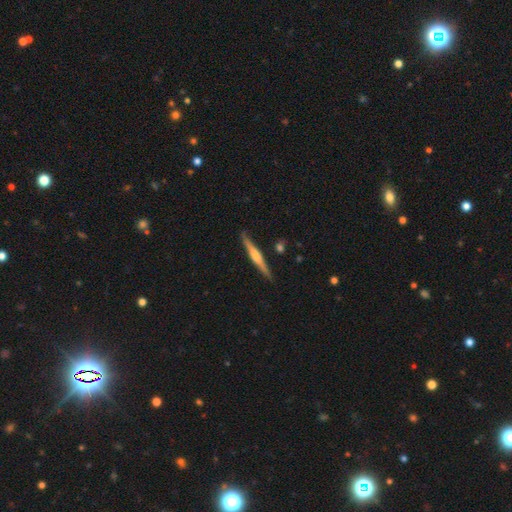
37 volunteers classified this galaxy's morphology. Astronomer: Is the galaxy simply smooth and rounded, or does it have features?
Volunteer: featured or disk — 57% (runner-up: smooth, 43%).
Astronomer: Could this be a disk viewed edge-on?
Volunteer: yes — 100%.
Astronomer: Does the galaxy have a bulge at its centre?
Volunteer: rounded — 57% (runner-up: boxy, 33%).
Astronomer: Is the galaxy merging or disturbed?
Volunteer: none — 73%.